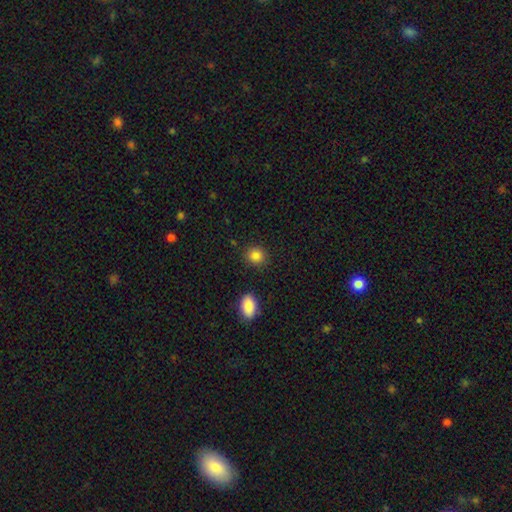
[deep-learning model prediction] Smooth or featured? Predicted: smooth (p=0.86). How rounded? Predicted: round (p=0.78). Merging? Predicted: none (p=0.88).